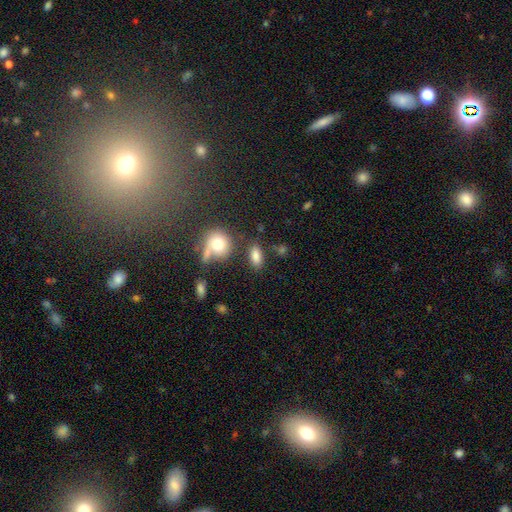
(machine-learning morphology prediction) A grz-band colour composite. It shows a smooth galaxy with no disk features (82%) that is in between round and cigar-shaped (84%). Merging: none (73%).